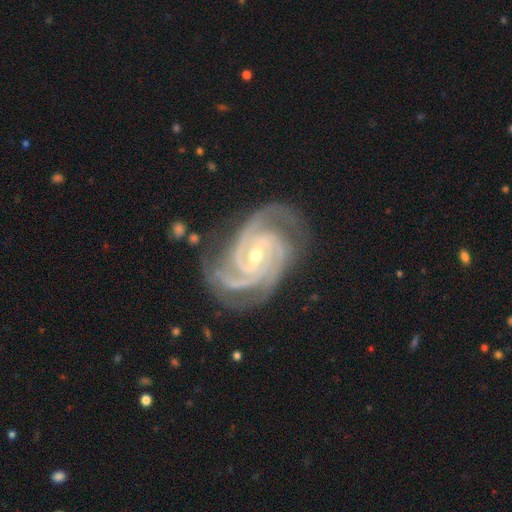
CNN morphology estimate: smooth_or_featured: featured or disk (p=0.94) [alt: star or artifact p=0.04]
disk_edge_on: no (p=0.98) [alt: yes p=0.02]
bar: weak (p=0.45) [alt: no p=0.31]
has_spiral_arms: yes (p=0.99) [alt: no p=0.01]
spiral_winding: tight (p=0.67) [alt: medium p=0.30]
spiral_arm_count: 3 (p=0.49) [alt: 4 p=0.22]
bulge_size: small (p=0.55) [alt: moderate p=0.43]
merging: none (p=0.73) [alt: minor disturbance p=0.18]